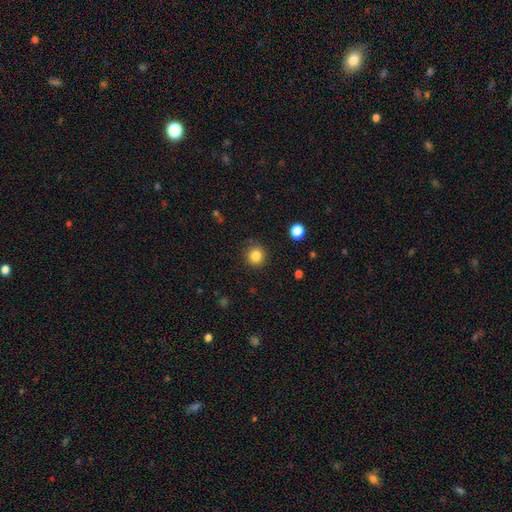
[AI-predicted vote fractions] Smooth or featured: smooth — 83% (star or artifact — 12%)
How rounded: round — 93% (in between — 6%)
Merging: none — 87% (minor disturbance — 9%)